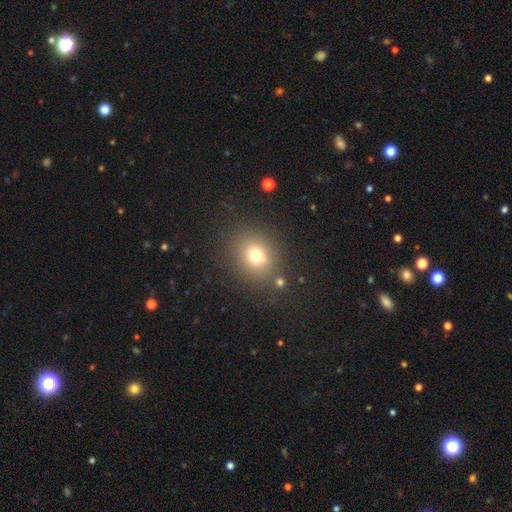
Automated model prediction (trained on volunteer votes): This appears to be a smooth galaxy with no disk features (73%) that is round (71%). Merging: none (82%).